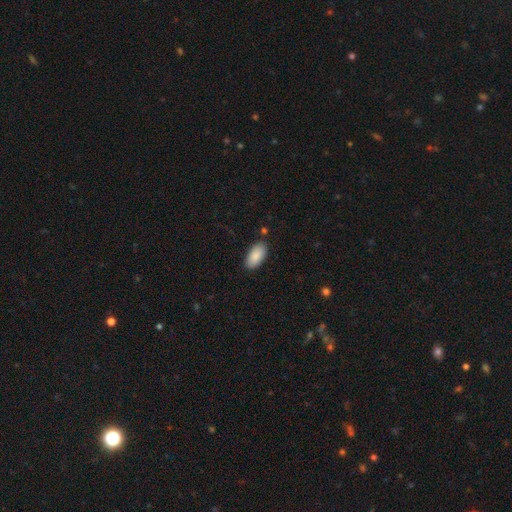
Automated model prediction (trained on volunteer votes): Smooth or featured: smooth — 88% (star or artifact — 6%)
How rounded: in between — 94% (cigar-shaped — 4%)
Merging: none — 86% (minor disturbance — 10%)